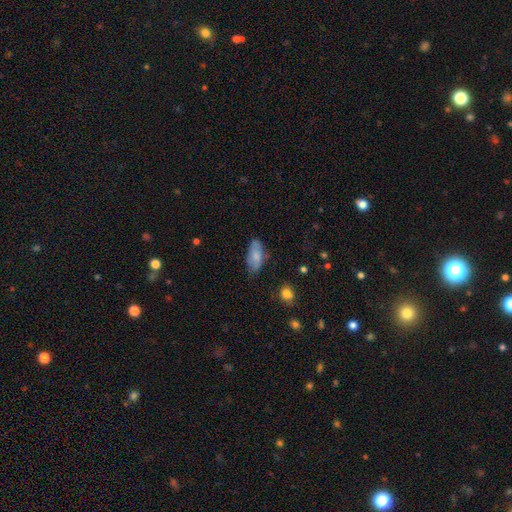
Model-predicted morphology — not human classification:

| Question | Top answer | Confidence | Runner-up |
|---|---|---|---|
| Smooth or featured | smooth | 76% | featured or disk (17%) |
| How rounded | in between | 88% | cigar-shaped (9%) |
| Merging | none | 67% | minor disturbance (25%) |